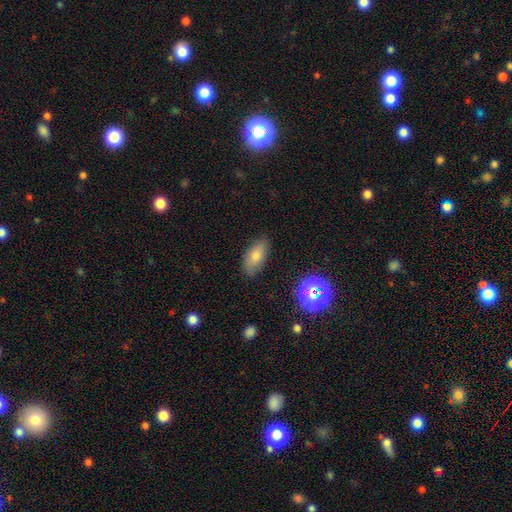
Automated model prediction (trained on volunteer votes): This appears to be a smooth galaxy with no disk features (73%) that is in between round and cigar-shaped (87%). Merging: none (84%).